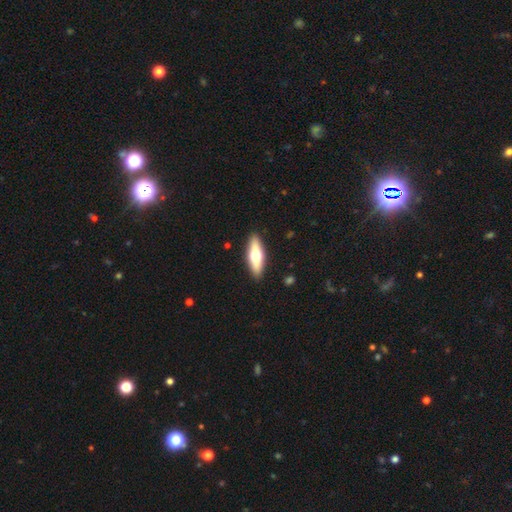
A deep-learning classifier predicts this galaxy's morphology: This appears to be a smooth galaxy with no disk features (53%) that is cigar-shaped (51%). Merging: none (90%).